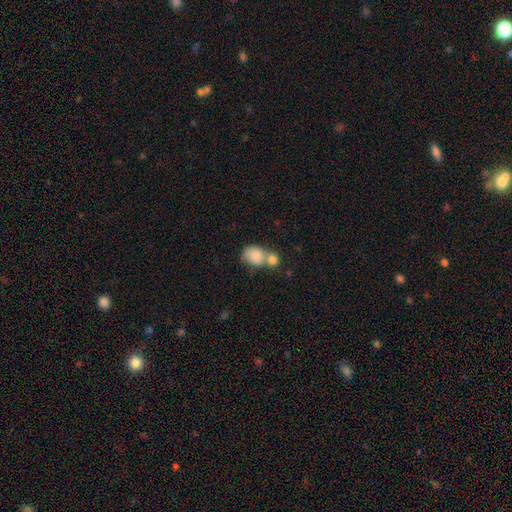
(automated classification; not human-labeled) Smooth or featured?
  - smooth: 83% *
  - featured or disk: 10%
  - star or artifact: 8%
How rounded?
  - in between: 54% *
  - round: 44%
  - cigar-shaped: 1%
Merging?
  - merger: 57% *
  - none: 29%
  - minor disturbance: 10%
  - major disturbance: 4%